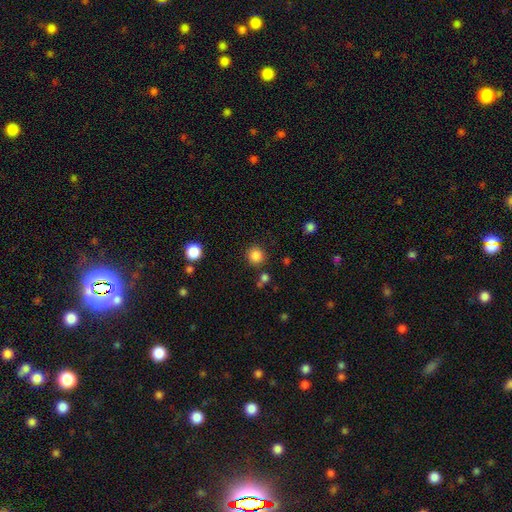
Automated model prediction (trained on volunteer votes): Smooth or featured?
  - smooth: 85% *
  - star or artifact: 11%
  - featured or disk: 4%
How rounded?
  - round: 92% *
  - in between: 7%
  - cigar-shaped: 1%
Merging?
  - none: 86% *
  - minor disturbance: 7%
  - merger: 4%
  - major disturbance: 3%